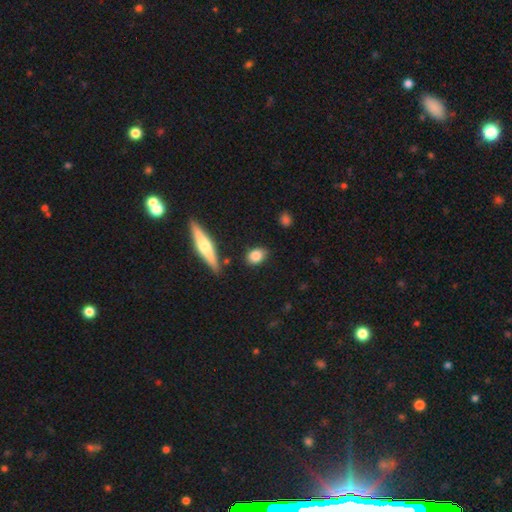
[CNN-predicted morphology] Smooth or featured? smooth (82%)
How rounded? in between (66%)
Merging? none (81%)